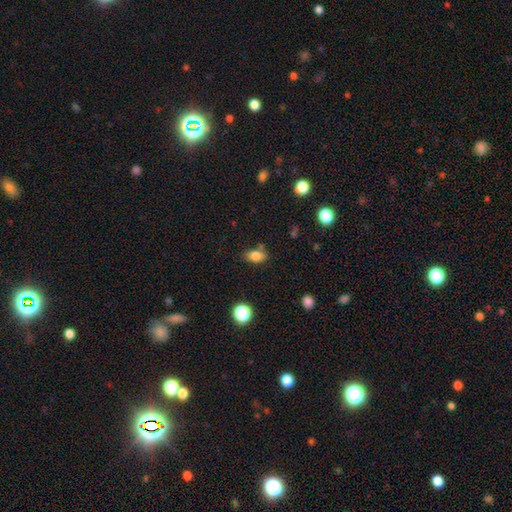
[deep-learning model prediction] smooth 81%, star or artifact 10%, featured or disk 8%. Down the decision tree: how rounded — in between (84%); merging — none (68%).